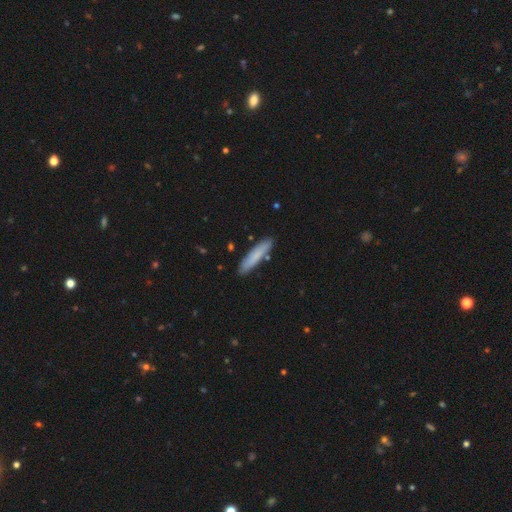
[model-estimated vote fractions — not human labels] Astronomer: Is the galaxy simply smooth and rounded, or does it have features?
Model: smooth — 77%.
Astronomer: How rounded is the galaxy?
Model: cigar-shaped — 88%.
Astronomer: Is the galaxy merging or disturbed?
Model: none — 87%.